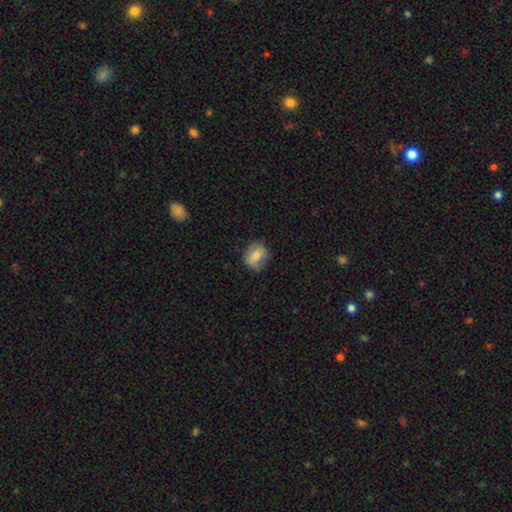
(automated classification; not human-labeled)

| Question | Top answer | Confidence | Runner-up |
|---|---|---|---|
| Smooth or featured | smooth | 70% | featured or disk (22%) |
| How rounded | round | 62% | in between (37%) |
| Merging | none | 69% | minor disturbance (24%) |